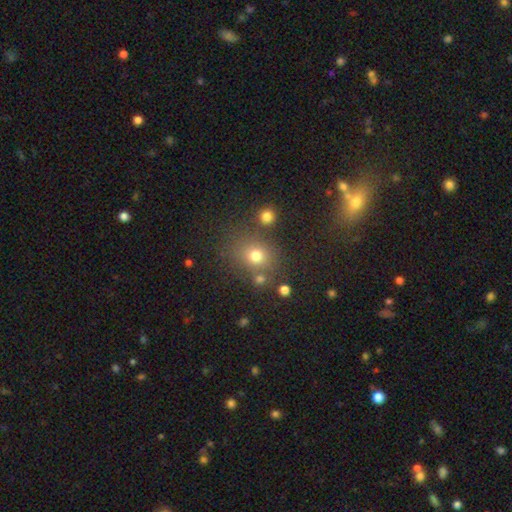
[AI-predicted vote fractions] Smooth or featured? Predicted: smooth (p=0.72). How rounded? Predicted: round (p=0.73). Merging? Predicted: none (p=0.71).